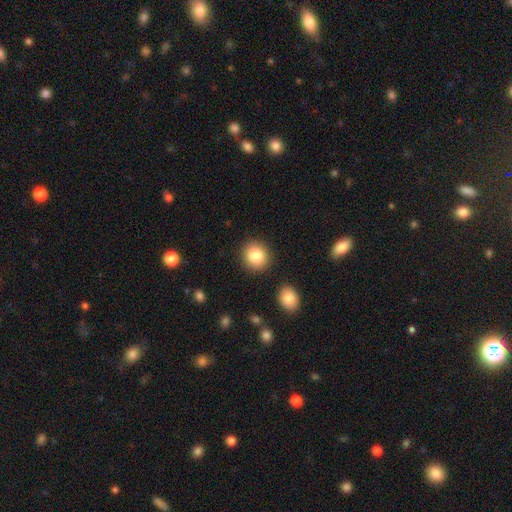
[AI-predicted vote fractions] Overall: smooth (84%). How rounded: round (83%). Merging: none (88%).